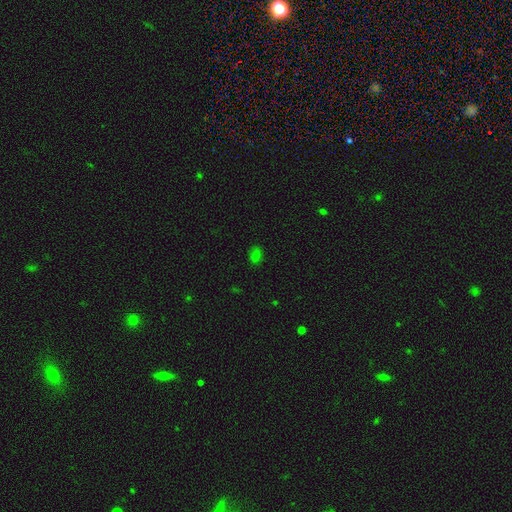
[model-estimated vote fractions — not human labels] A smooth galaxy with no disk features (71%) that is in between round and cigar-shaped (69%).

Vote fractions:
- Smooth or featured? smooth: 71% / star or artifact: 22% / featured or disk: 7%
- How rounded? in between: 69% / round: 29% / cigar-shaped: 2%
- Merging? none: 83% / minor disturbance: 12% / major disturbance: 3% / merger: 2%